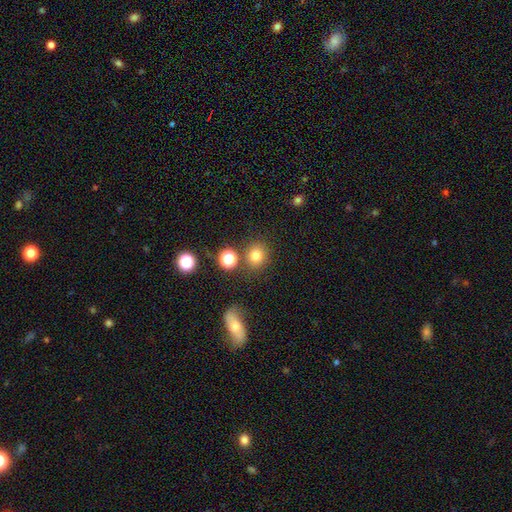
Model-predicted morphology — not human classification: smooth_or_featured: smooth (p=0.78) [alt: star or artifact p=0.15]
how_rounded: round (p=0.82) [alt: in between p=0.17]
merging: none (p=0.79) [alt: minor disturbance p=0.09]